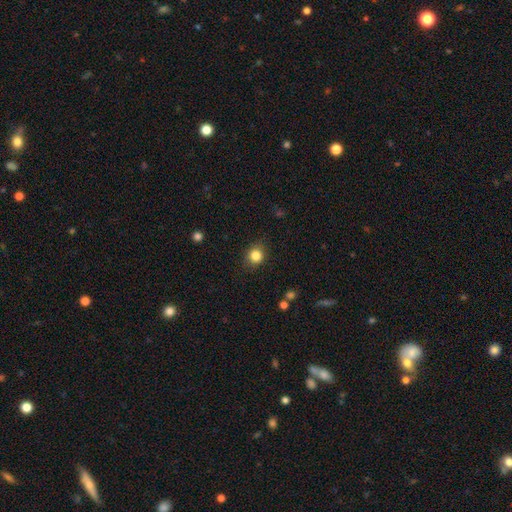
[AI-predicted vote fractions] Smooth or featured? Predicted: smooth (p=0.84). How rounded? Predicted: round (p=0.75). Merging? Predicted: none (p=0.84).